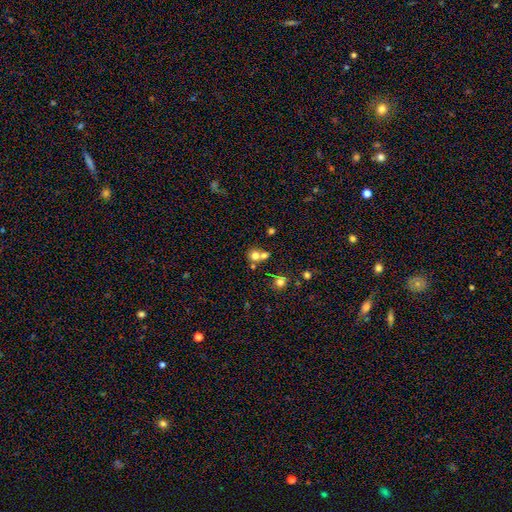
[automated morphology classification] Smooth or featured: smooth — 72% (star or artifact — 15%)
How rounded: round — 82% (in between — 17%)
Merging: merger — 48% (none — 41%)